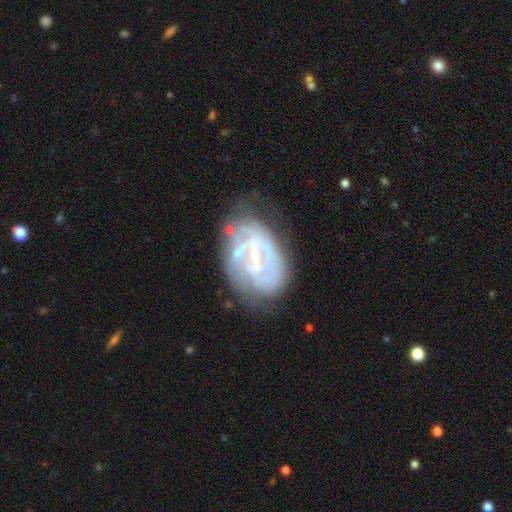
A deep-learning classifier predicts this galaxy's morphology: featured or disk 78%, smooth 14%, star or artifact 8%. Down the decision tree: edge-on disk — no (97%); bar — weak (42%); spiral arms — yes (69%); spiral arm count — can't tell (50%); spiral winding — tight (57%); bulge size — small (69%); merging — none (53%).